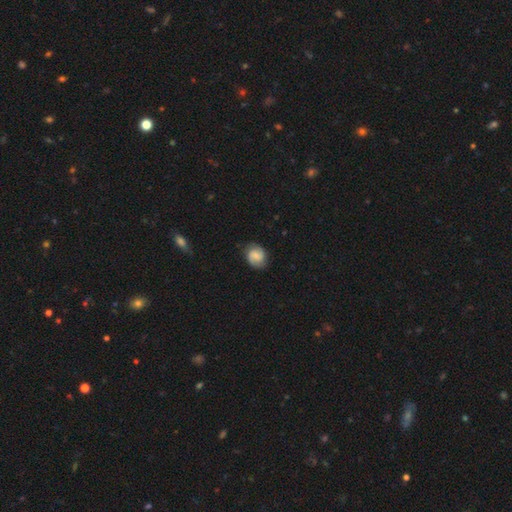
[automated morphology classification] smooth 50%, featured or disk 42%, star or artifact 8%. Down the decision tree: how rounded — round (64%); merging — none (79%).